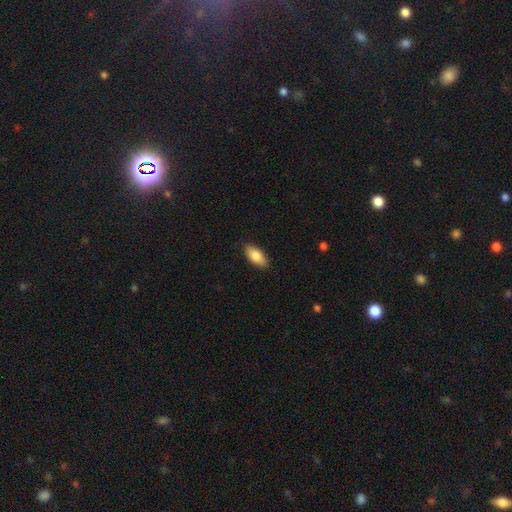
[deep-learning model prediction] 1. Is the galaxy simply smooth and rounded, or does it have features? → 83% smooth, 10% featured or disk, 6% star or artifact.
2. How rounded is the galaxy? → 89% in between, 9% cigar-shaped, 2% round.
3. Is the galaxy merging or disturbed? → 88% none, 9% minor disturbance, 2% major disturbance, 1% merger.